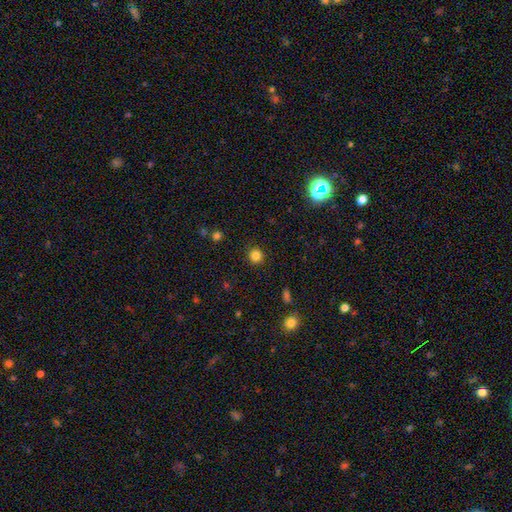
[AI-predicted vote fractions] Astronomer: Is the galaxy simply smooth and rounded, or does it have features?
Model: smooth — 82%.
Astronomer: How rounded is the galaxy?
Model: round — 92%.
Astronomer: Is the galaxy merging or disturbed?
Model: none — 91%.